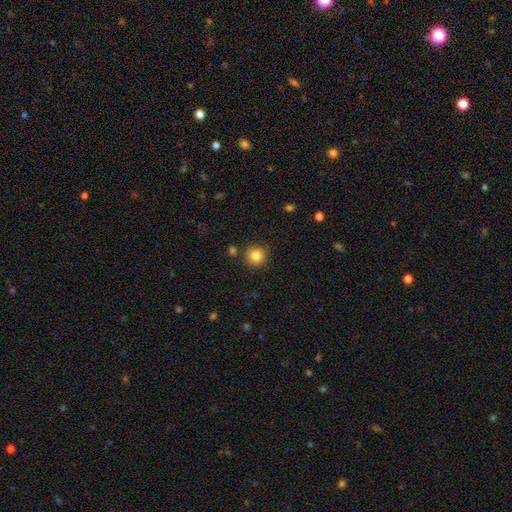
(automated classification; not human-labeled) A smooth galaxy with no disk features (83%) that is round (94%). Merging: none (87%).